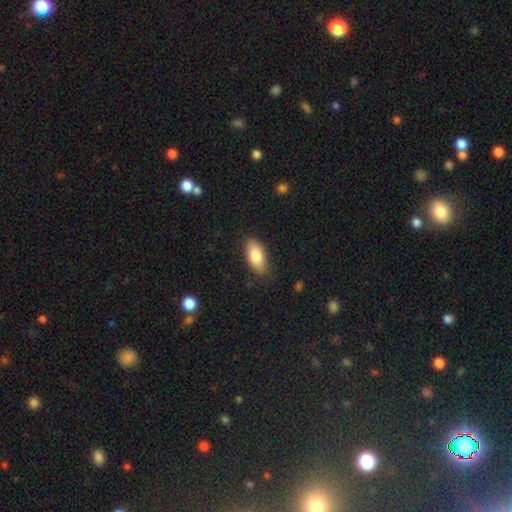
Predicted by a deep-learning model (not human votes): The model was most divided on "merging": none: 82%, minor disturbance: 14%, major disturbance: 3%, merger: 1%. More confident: how rounded — in between (89%); smooth or featured — smooth (83%).